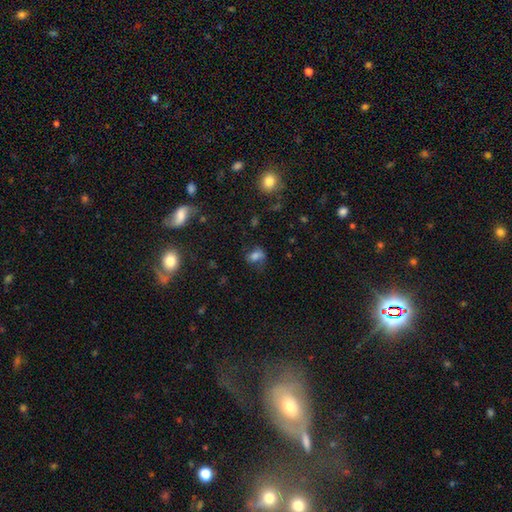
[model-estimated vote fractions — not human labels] Smooth or featured: smooth — 65% (featured or disk — 18%)
How rounded: in between — 71% (round — 26%)
Merging: none — 51% (minor disturbance — 26%)